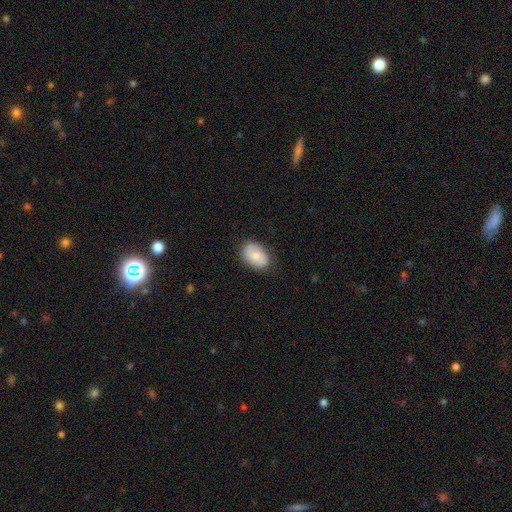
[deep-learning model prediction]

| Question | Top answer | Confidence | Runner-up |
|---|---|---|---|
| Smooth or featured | smooth | 74% | featured or disk (20%) |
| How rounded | in between | 87% | round (12%) |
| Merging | none | 81% | minor disturbance (15%) |